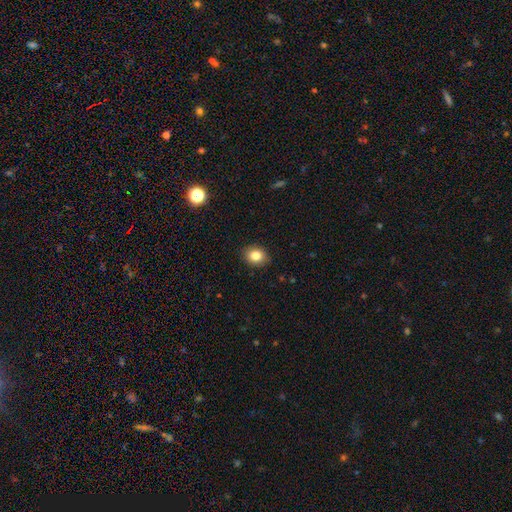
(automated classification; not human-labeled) Q: Smooth or featured?
A: smooth (83%); runner-up: star or artifact (10%)
Q: How rounded?
A: round (51%); runner-up: in between (48%)
Q: Merging?
A: none (89%); runner-up: minor disturbance (8%)